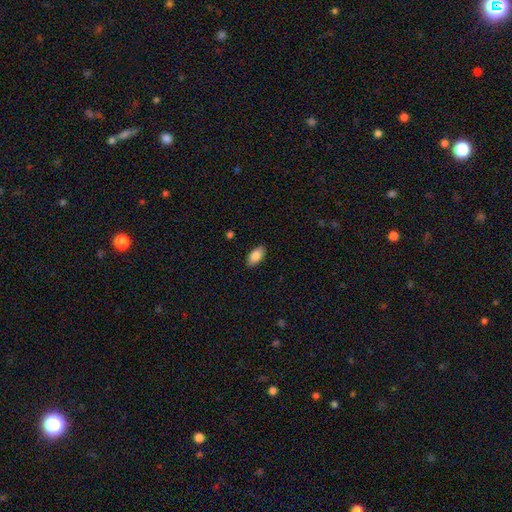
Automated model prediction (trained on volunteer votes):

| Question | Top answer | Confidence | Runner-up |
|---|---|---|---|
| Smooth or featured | smooth | 85% | featured or disk (8%) |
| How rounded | in between | 94% | cigar-shaped (4%) |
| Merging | none | 88% | minor disturbance (9%) |